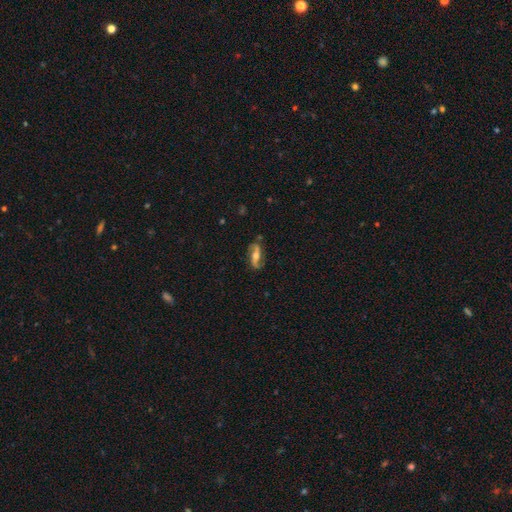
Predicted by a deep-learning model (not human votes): smooth-or-featured: featured or disk: 77% | smooth: 16% | star or artifact: 7%
  disk-edge-on: no: 88% | yes: 12%
    bar: no: 38% | weak: 33% | strong: 30%
    has-spiral-arms: yes: 92% | no: 8%
      spiral-winding: loose: 63% | medium: 27% | tight: 11%
      spiral-arm-count: 2: 91% | can't tell: 3% | 1: 2% | 3: 1% | 4: 1% | more than 4: 1%
    bulge-size: moderate: 65% | small: 20% | large: 10% | none: 3% | dominant: 2%
  merging: none: 78% | minor disturbance: 15% | major disturbance: 5% | merger: 2%